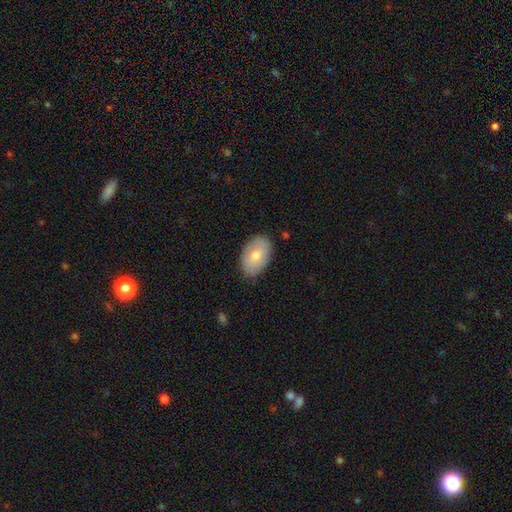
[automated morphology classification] A smooth galaxy with no disk features (70%) that is in between round and cigar-shaped (89%). Merging: none (84%).